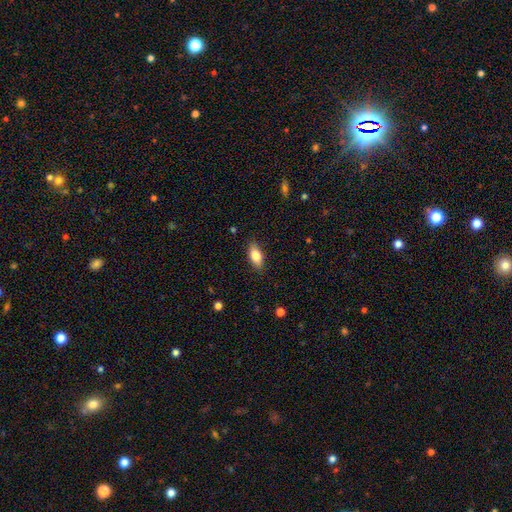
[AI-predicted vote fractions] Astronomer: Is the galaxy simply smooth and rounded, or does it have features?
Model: smooth — 81%.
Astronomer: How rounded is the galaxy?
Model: in between — 86%.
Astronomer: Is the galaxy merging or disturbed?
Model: none — 86%.